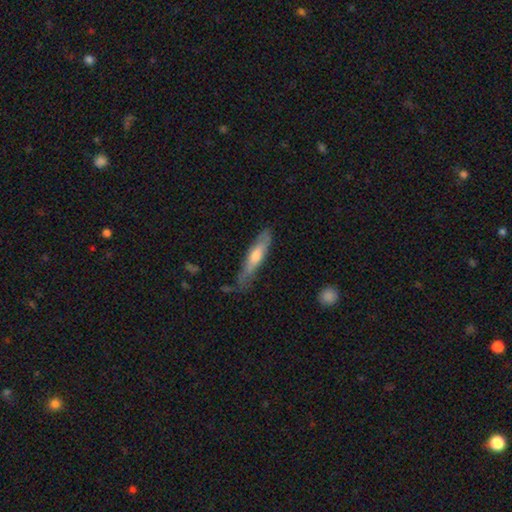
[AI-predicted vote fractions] This appears to be a smooth galaxy with no disk features (49%). Merging: none (68%).